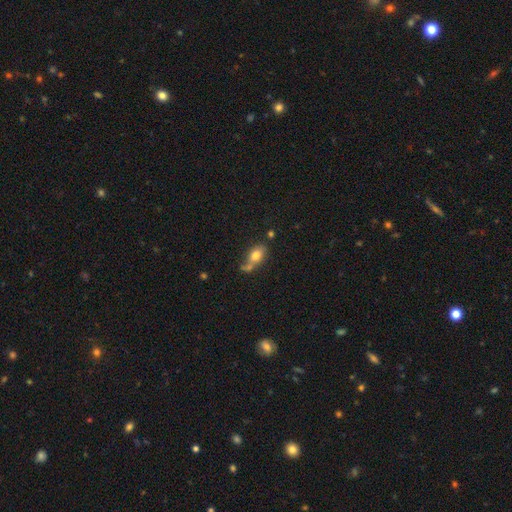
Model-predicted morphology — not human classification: Smooth or featured? smooth (75%)
How rounded? in between (79%)
Merging? none (42%)